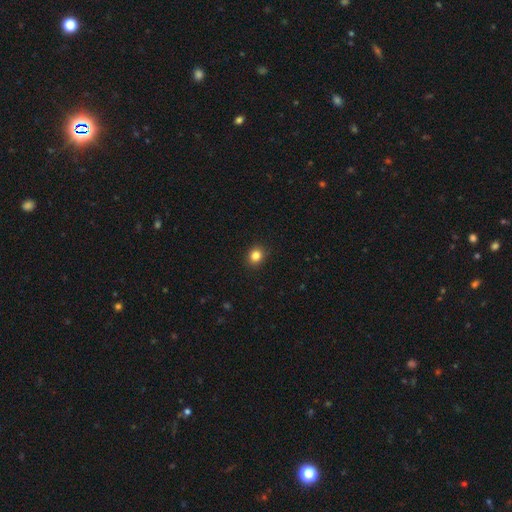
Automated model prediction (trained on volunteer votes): Morphology: type=smooth (84%); roundness=round (73%); merging=none (91%).